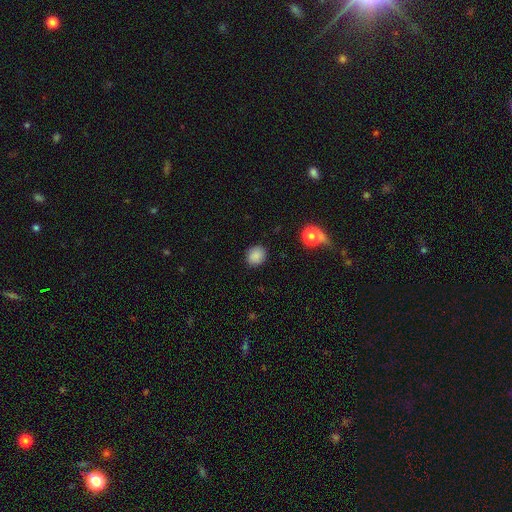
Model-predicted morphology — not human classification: This is clearly a smooth galaxy (86%). How rounded: likely round (76%). Merging: clearly none (87%).